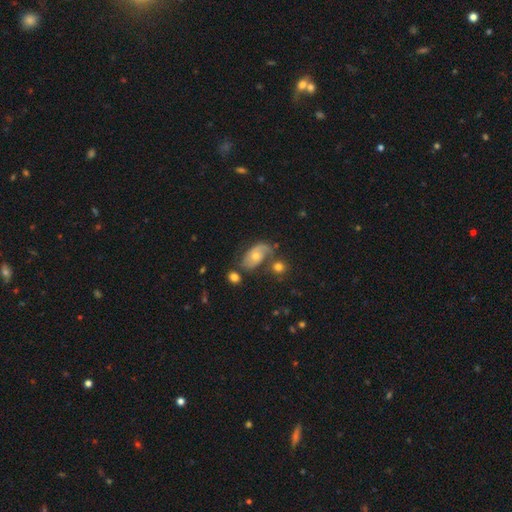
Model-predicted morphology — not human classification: Q: Smooth or featured?
A: featured or disk (67%); runner-up: smooth (24%)
Q: Edge-on disk?
A: no (95%); runner-up: yes (5%)
Q: Bar?
A: no (74%); runner-up: weak (21%)
Q: Spiral arms?
A: yes (85%); runner-up: no (15%)
Q: Spiral winding?
A: medium (40%); runner-up: tight (39%)
Q: Spiral arm count?
A: 2 (62%); runner-up: can't tell (17%)
Q: Bulge size?
A: moderate (59%); runner-up: small (35%)
Q: Merging?
A: none (55%); runner-up: minor disturbance (20%)